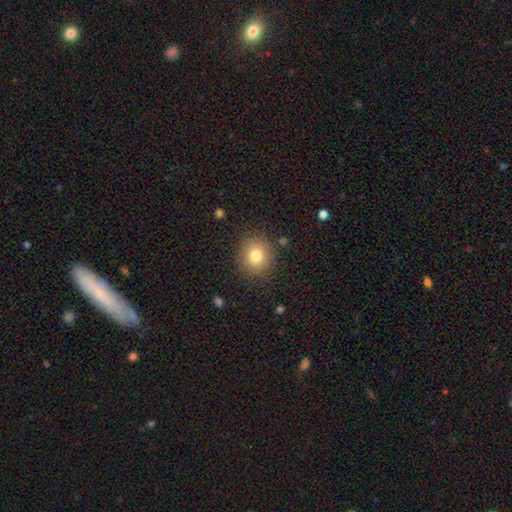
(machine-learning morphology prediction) smooth_or_featured: smooth (p=0.79) [alt: star or artifact p=0.12]
how_rounded: round (p=0.81) [alt: in between p=0.18]
merging: none (p=0.87) [alt: minor disturbance p=0.08]